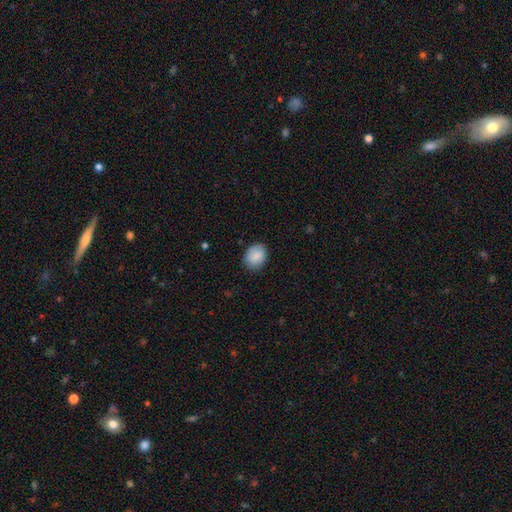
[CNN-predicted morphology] A smooth galaxy with no disk features (88%) that is in between round and cigar-shaped (59%).

Vote fractions:
- Smooth or featured? smooth: 88% / star or artifact: 7% / featured or disk: 5%
- How rounded? in between: 59% / round: 40% / cigar-shaped: 1%
- Merging? none: 84% / minor disturbance: 12% / major disturbance: 3% / merger: 1%